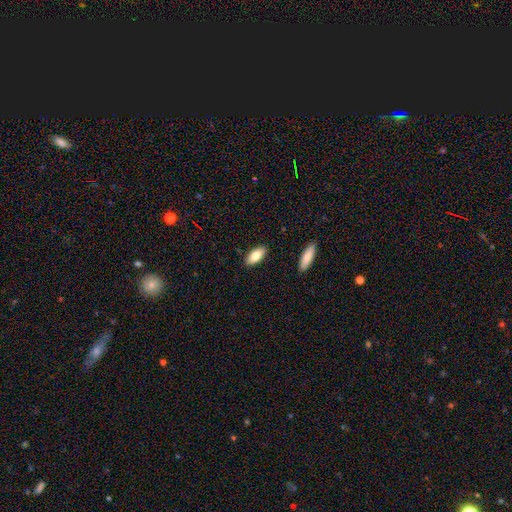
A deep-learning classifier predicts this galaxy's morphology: Smooth or featured? Predicted: smooth (p=0.79). How rounded? Predicted: in between (p=0.85). Merging? Predicted: none (p=0.88).